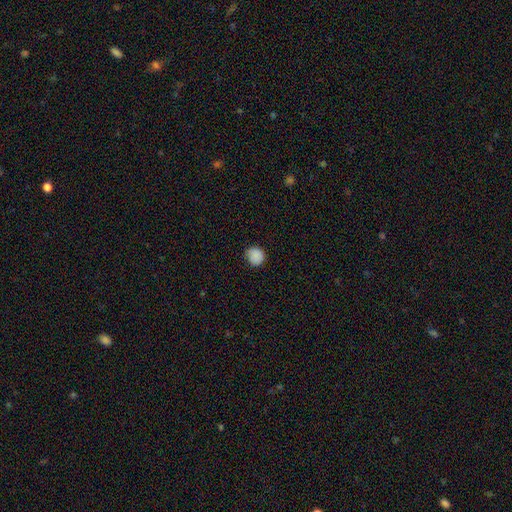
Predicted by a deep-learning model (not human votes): Q: Smooth or featured?
A: smooth (87%); runner-up: star or artifact (9%)
Q: How rounded?
A: round (88%); runner-up: in between (11%)
Q: Merging?
A: none (79%); runner-up: minor disturbance (17%)